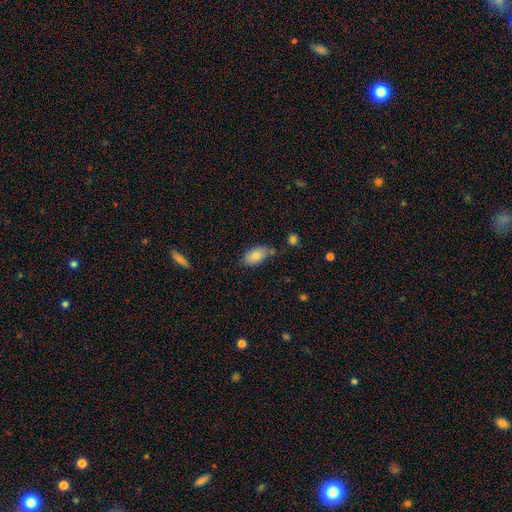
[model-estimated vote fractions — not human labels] Smooth or featured? Predicted: smooth (p=0.79). How rounded? Predicted: in between (p=0.92). Merging? Predicted: none (p=0.66).